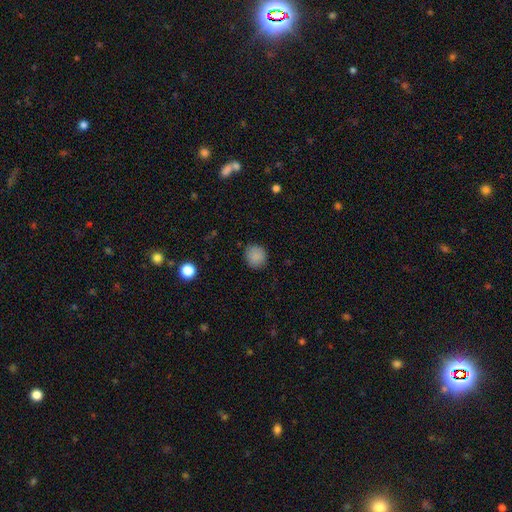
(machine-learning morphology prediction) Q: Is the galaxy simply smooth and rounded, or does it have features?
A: smooth — 86%.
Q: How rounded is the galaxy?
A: round — 85%.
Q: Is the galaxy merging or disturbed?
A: none — 86%.